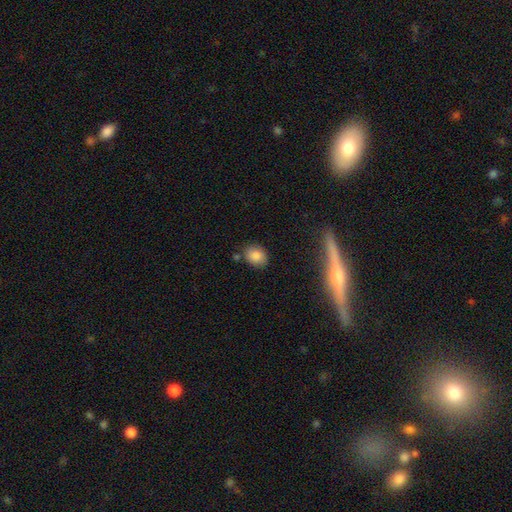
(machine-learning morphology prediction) Smooth or featured?
  - smooth: 85% *
  - star or artifact: 10%
  - featured or disk: 6%
How rounded?
  - round: 54% *
  - in between: 45%
  - cigar-shaped: 1%
Merging?
  - none: 79% *
  - minor disturbance: 12%
  - merger: 5%
  - major disturbance: 3%